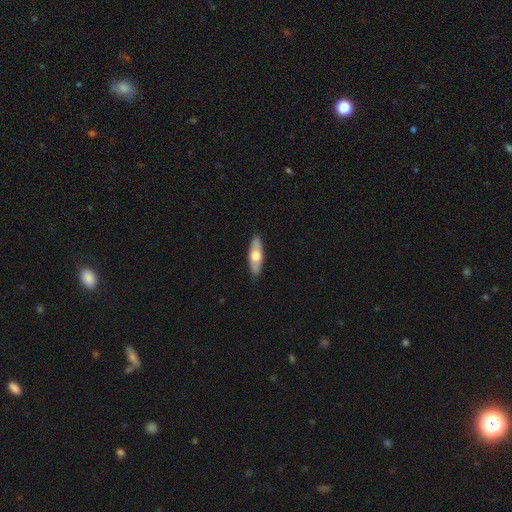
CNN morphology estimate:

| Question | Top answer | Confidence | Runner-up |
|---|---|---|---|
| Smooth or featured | smooth | 58% | featured or disk (37%) |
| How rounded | in between | 56% | cigar-shaped (41%) |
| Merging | none | 89% | minor disturbance (9%) |